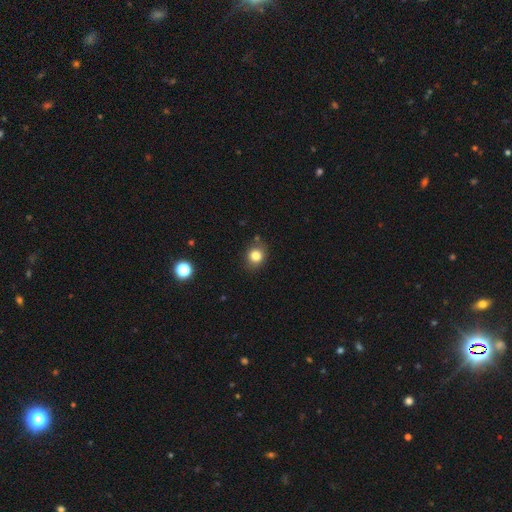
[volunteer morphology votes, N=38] Smooth or featured: smooth — 84% (star or artifact — 11%)
How rounded: round — 62% (in between — 38%)
Merging: none — 85% (minor disturbance — 12%)